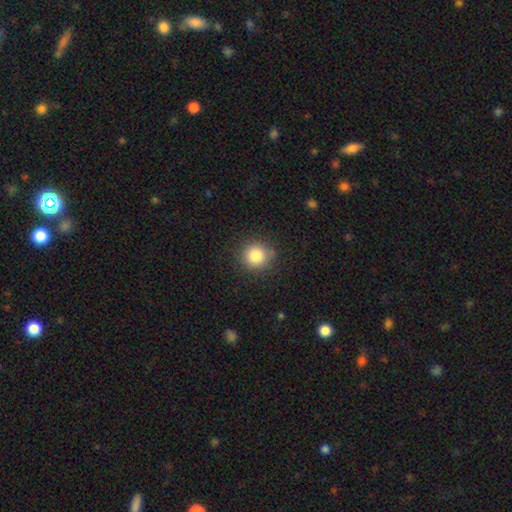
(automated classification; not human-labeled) smooth 83%, star or artifact 11%, featured or disk 6%. Down the decision tree: how rounded — round (93%); merging — none (85%).